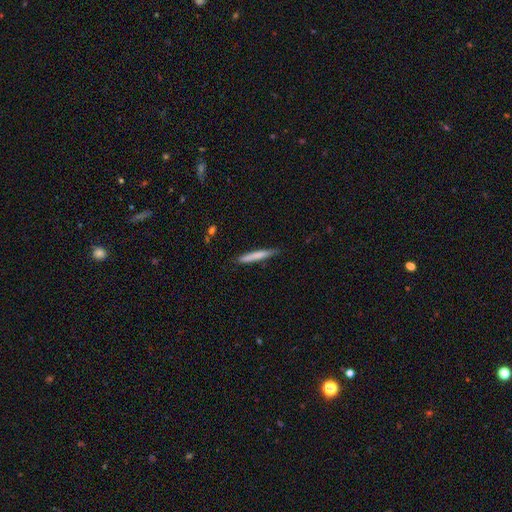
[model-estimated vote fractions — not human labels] A smooth galaxy with no disk features (73%) that is cigar-shaped (95%). Merging: none (81%).